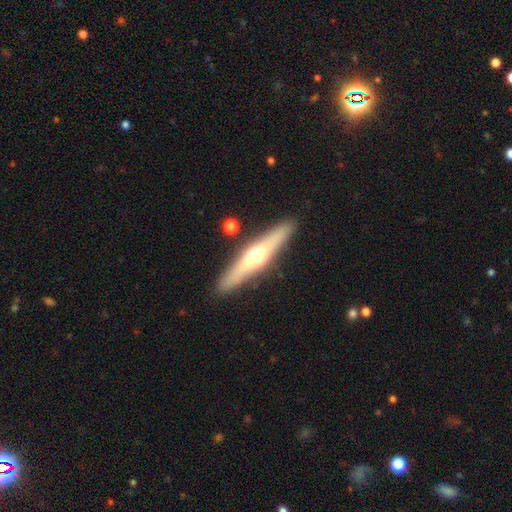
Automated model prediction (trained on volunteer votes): smooth-or-featured: featured or disk: 60% | smooth: 34% | star or artifact: 6%
  disk-edge-on: yes: 93% | no: 7%
    edge-on-bulge: rounded: 92% | none: 5% | boxy: 3%
  merging: none: 89% | minor disturbance: 7% | merger: 2% | major disturbance: 2%